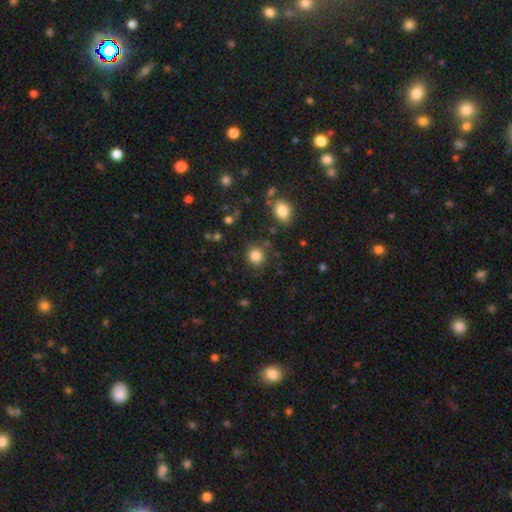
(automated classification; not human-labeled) Q: Smooth or featured?
A: smooth (84%); runner-up: star or artifact (11%)
Q: How rounded?
A: round (87%); runner-up: in between (12%)
Q: Merging?
A: none (83%); runner-up: minor disturbance (10%)